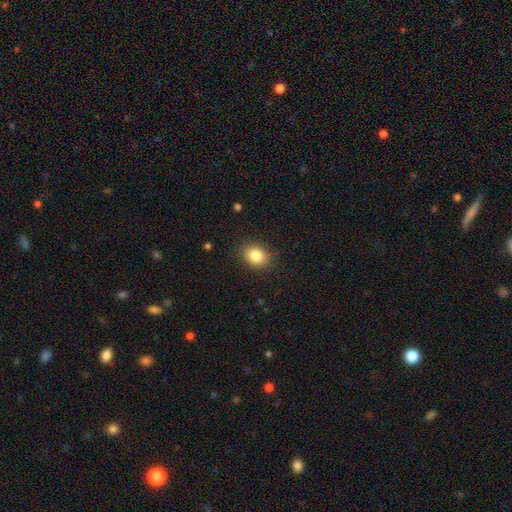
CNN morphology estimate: Smooth or featured?
  - smooth: 84% *
  - star or artifact: 10%
  - featured or disk: 6%
How rounded?
  - round: 51% *
  - in between: 48%
  - cigar-shaped: 1%
Merging?
  - none: 88% *
  - minor disturbance: 9%
  - major disturbance: 3%
  - merger: 1%